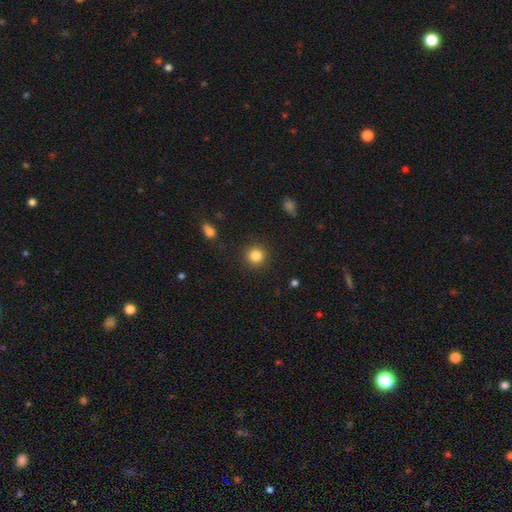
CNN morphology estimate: This is clearly a smooth galaxy (84%). How rounded: clearly round (94%). Merging: clearly none (91%).